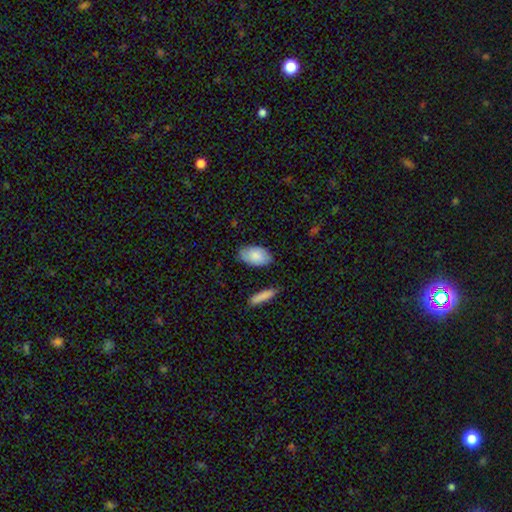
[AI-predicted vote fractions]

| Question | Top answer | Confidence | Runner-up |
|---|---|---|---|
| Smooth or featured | smooth | 85% | featured or disk (9%) |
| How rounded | in between | 94% | round (4%) |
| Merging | none | 80% | minor disturbance (15%) |